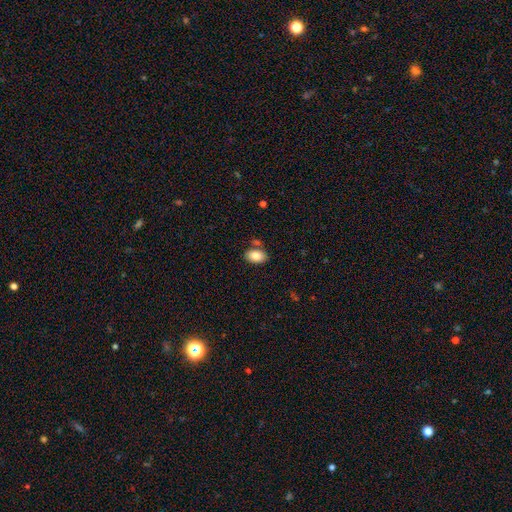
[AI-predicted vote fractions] smooth 84%, featured or disk 8%, star or artifact 7%. Down the decision tree: how rounded — in between (90%); merging — none (74%).